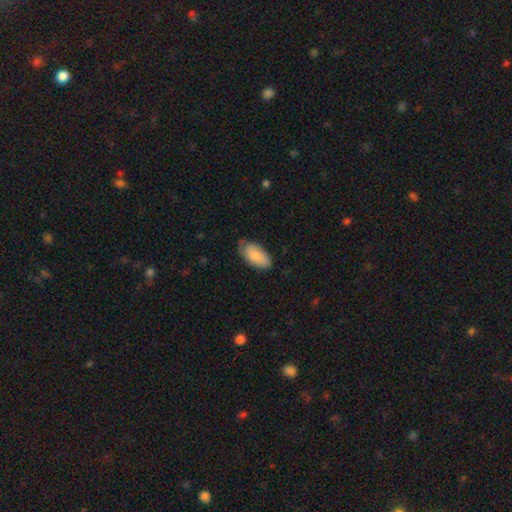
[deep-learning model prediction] The model was most divided on "merging": none: 63%, minor disturbance: 30%, major disturbance: 5%, merger: 1%. More confident: how rounded — in between (94%); smooth or featured — smooth (82%).